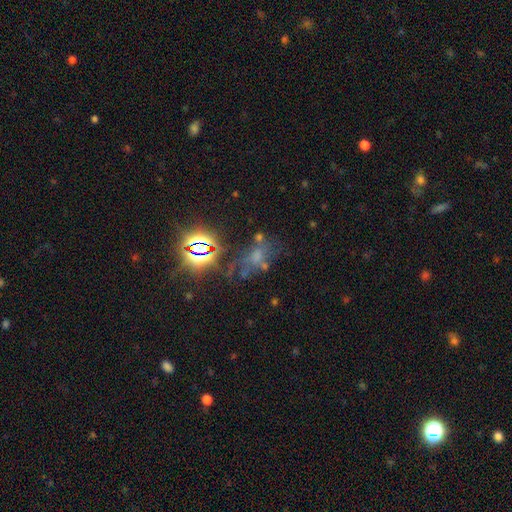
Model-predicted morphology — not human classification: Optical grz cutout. It shows a star or artifact, not a galaxy (44%).